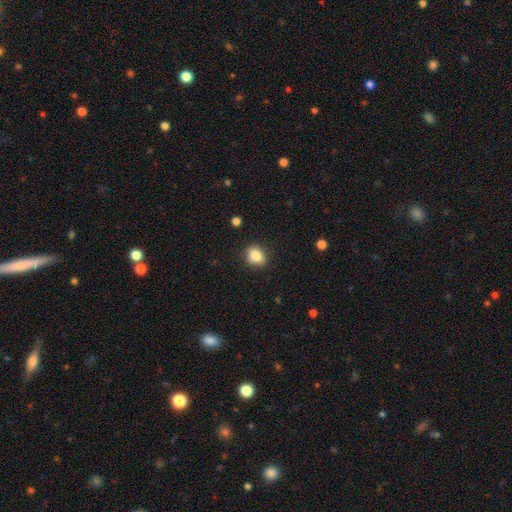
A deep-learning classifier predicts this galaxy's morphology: This is clearly a smooth galaxy (84%). How rounded: possibly in between (58%). Merging: clearly none (83%).